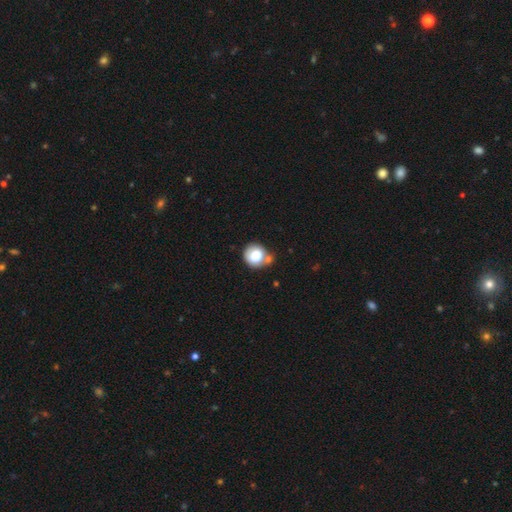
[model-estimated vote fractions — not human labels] smooth-or-featured: smooth: 78% | featured or disk: 13% | star or artifact: 9%
  how-rounded: round: 85% | in between: 14% | cigar-shaped: 1%
  merging: none: 51% | merger: 23% | minor disturbance: 19% | major disturbance: 7%